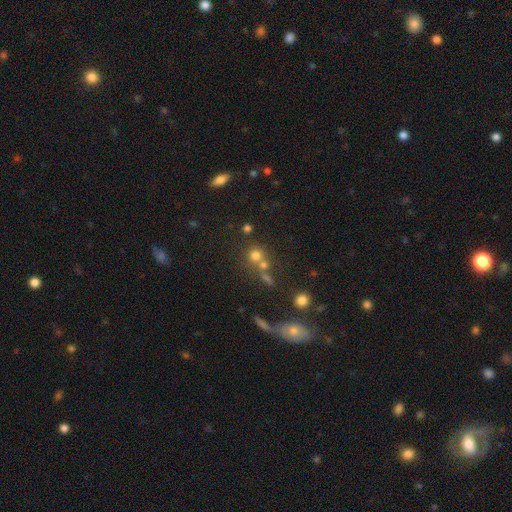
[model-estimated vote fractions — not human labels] Smooth or featured? Predicted: smooth (p=0.68). How rounded? Predicted: round (p=0.88). Merging? Predicted: none (p=0.53).